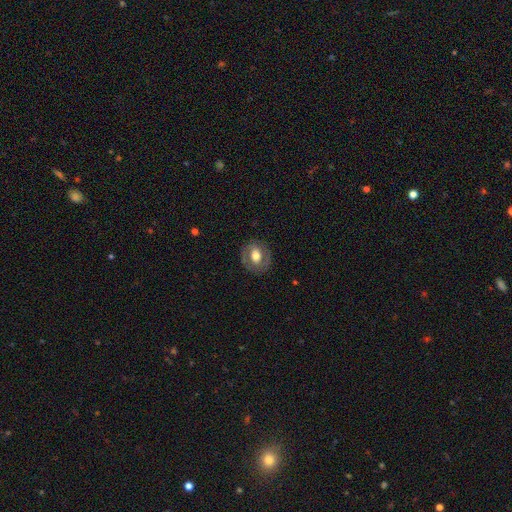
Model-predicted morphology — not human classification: Overall: smooth (47%; featured or disk 46%). Merging: none (81%).